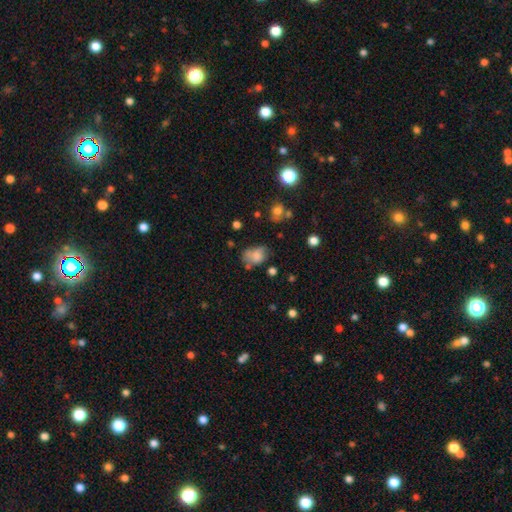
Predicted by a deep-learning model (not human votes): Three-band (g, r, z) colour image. It shows a smooth galaxy with no disk features (72%) that is in between round and cigar-shaped (75%). Merging: none (39%).